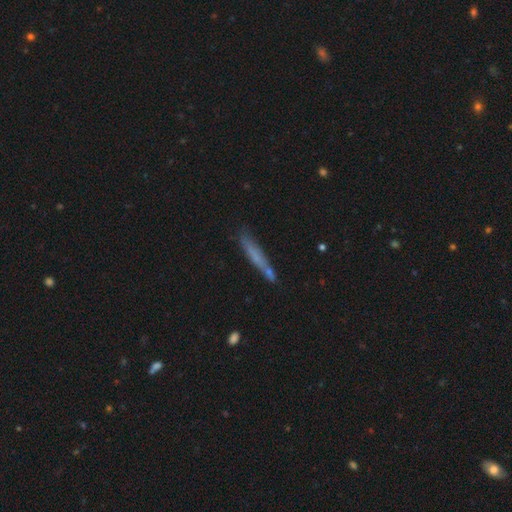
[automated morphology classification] Smooth or featured: smooth — 62% (featured or disk — 30%)
How rounded: cigar-shaped — 93% (in between — 5%)
Merging: none — 71% (minor disturbance — 17%)